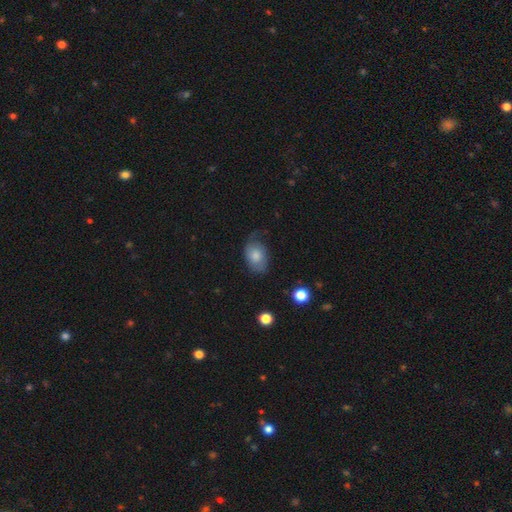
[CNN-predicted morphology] Smooth or featured: smooth — 68% (featured or disk — 25%)
How rounded: in between — 83% (round — 16%)
Merging: none — 48% (minor disturbance — 32%)